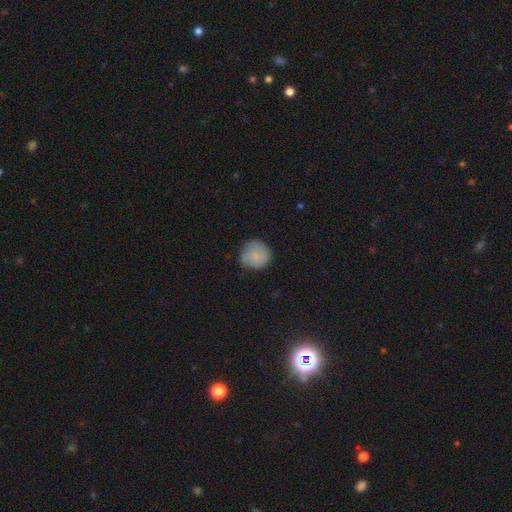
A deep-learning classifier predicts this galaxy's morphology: Smooth or featured?
  - smooth: 79% *
  - featured or disk: 14%
  - star or artifact: 7%
How rounded?
  - round: 91% *
  - in between: 8%
  - cigar-shaped: 1%
Merging?
  - none: 74% *
  - minor disturbance: 20%
  - major disturbance: 5%
  - merger: 1%